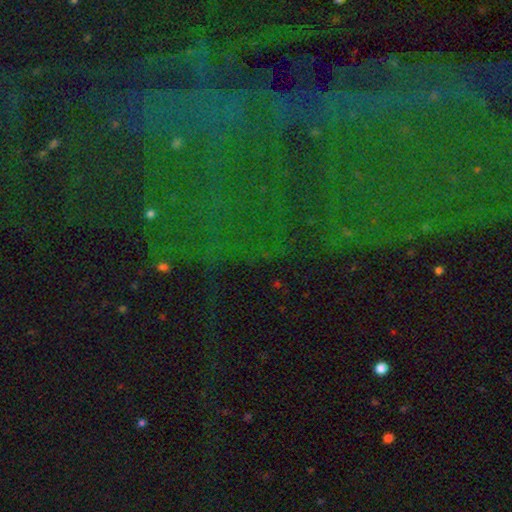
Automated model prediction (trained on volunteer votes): Smooth or featured? star or artifact (78%)